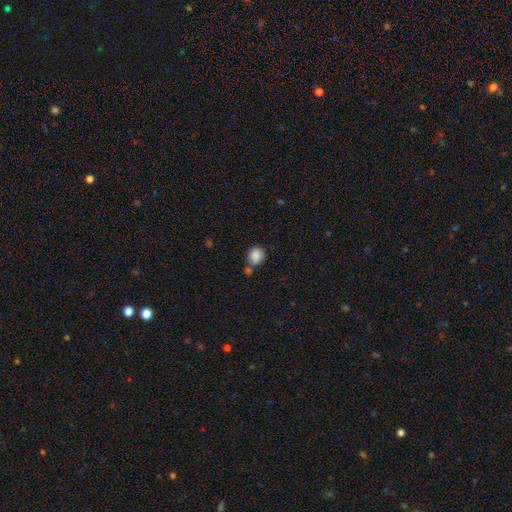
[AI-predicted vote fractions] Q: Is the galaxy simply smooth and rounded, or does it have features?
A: smooth — 86%.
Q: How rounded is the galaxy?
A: round — 75%.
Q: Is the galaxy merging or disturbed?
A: none — 53%.